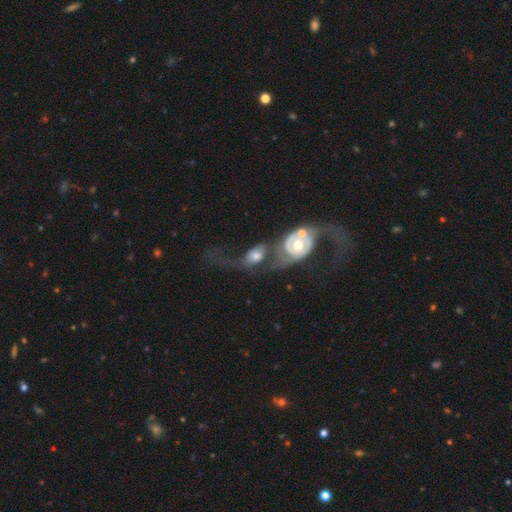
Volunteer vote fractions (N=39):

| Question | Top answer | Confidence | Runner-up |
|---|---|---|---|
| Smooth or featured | featured or disk | 64% | smooth (31%) |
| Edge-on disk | no | 100% | — |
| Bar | no | 60% | strong (20%) |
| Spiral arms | yes | 80% | no (20%) |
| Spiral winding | loose | 80% | tight (15%) |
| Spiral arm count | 2 | 60% | 1 (25%) |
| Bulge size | moderate | 60% | large (24%) |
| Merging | merger | 59% | major disturbance (24%) |